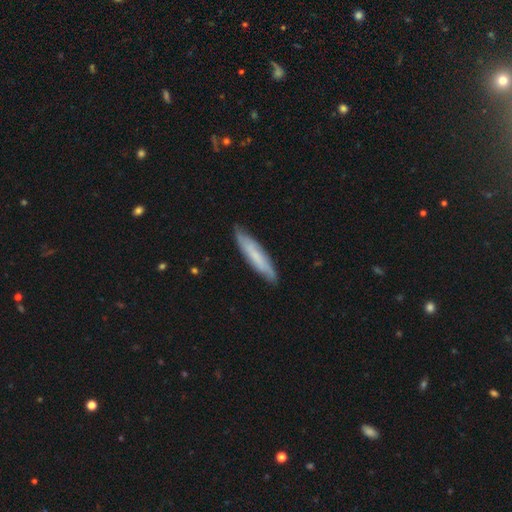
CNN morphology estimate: Smooth or featured? smooth (57%)
How rounded? cigar-shaped (84%)
Merging? none (84%)